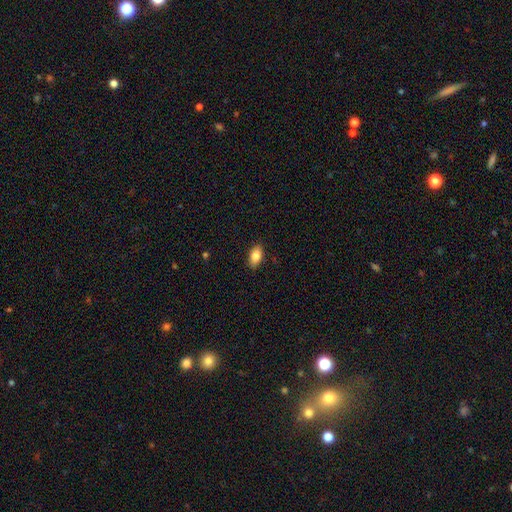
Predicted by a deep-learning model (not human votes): Smooth or featured?
  - smooth: 85% *
  - featured or disk: 8%
  - star or artifact: 7%
How rounded?
  - in between: 90% *
  - round: 5%
  - cigar-shaped: 5%
Merging?
  - none: 88% *
  - minor disturbance: 9%
  - major disturbance: 2%
  - merger: 1%